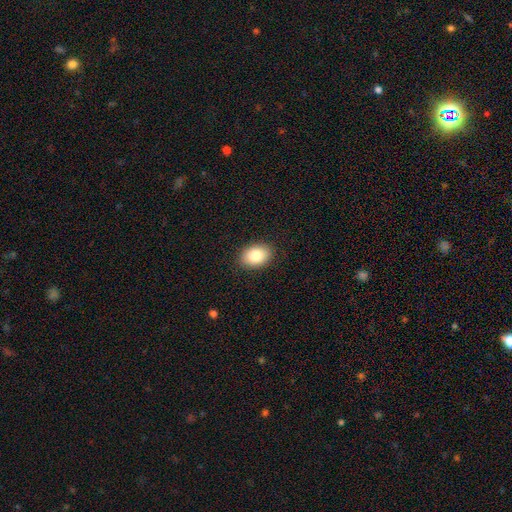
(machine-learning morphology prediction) Smooth or featured? Predicted: smooth (p=0.85). How rounded? Predicted: in between (p=0.79). Merging? Predicted: none (p=0.89).